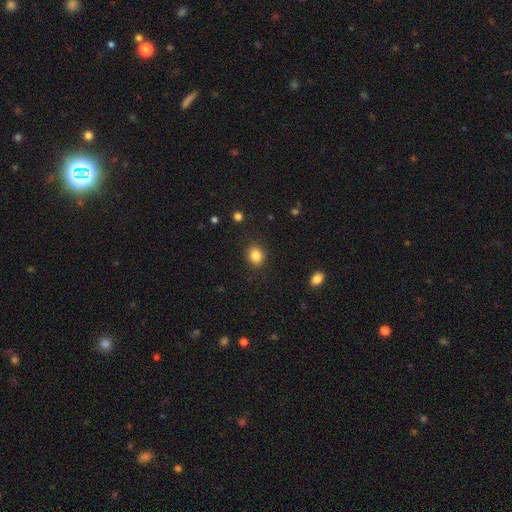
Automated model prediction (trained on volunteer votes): Morphology: type=smooth (85%); roundness=round (63%); merging=none (88%).